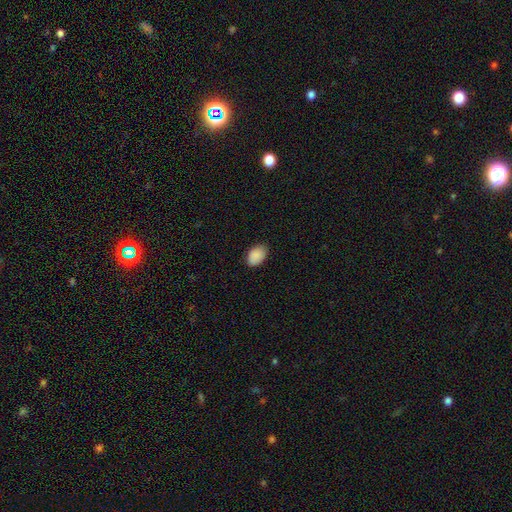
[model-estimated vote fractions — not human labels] The model was most divided on "merging": none: 85%, minor disturbance: 12%, major disturbance: 2%, merger: 1%. More confident: smooth or featured — smooth (90%); how rounded — in between (88%).